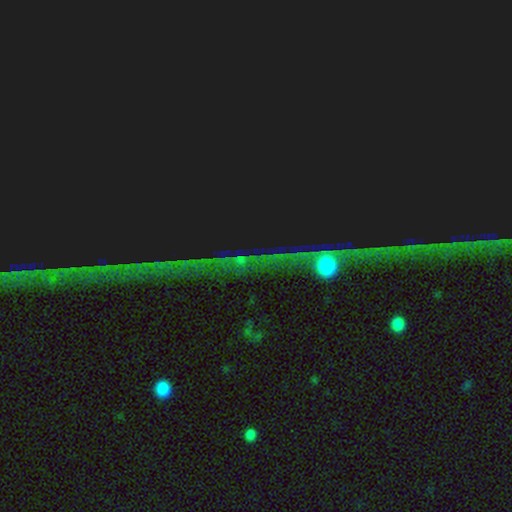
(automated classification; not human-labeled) A star or artifact, not a galaxy (72%).

Vote fractions:
- Smooth or featured? star or artifact: 72% / featured or disk: 14% / smooth: 14%